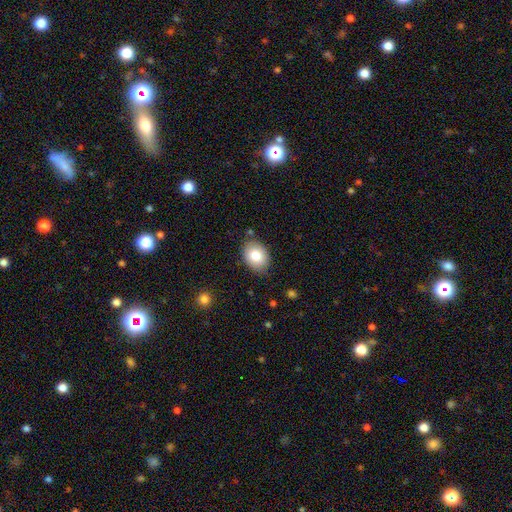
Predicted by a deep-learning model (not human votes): Smooth or featured? Predicted: smooth (p=0.81). How rounded? Predicted: in between (p=0.70). Merging? Predicted: none (p=0.81).